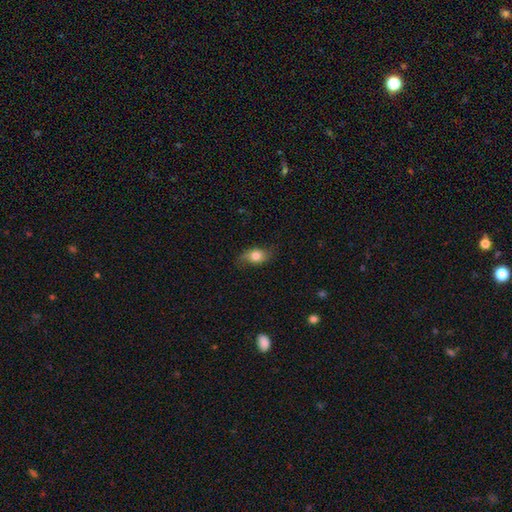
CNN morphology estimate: Smooth or featured? smooth (72%)
How rounded? in between (81%)
Merging? none (72%)